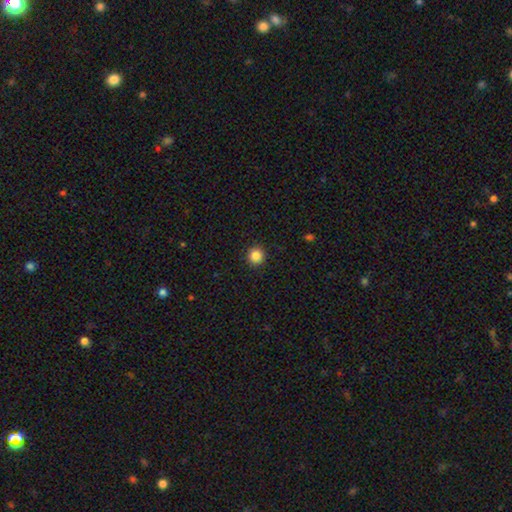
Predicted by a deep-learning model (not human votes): Q: Smooth or featured?
A: smooth (86%); runner-up: star or artifact (11%)
Q: How rounded?
A: round (95%); runner-up: in between (4%)
Q: Merging?
A: none (93%); runner-up: minor disturbance (4%)